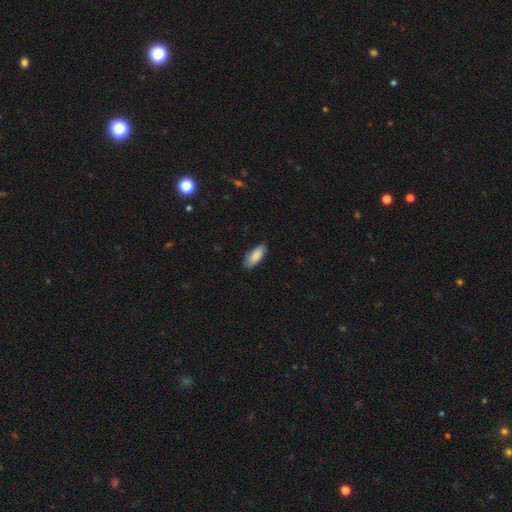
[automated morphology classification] type=smooth (84%); roundness=in between (82%); merging=none (80%).